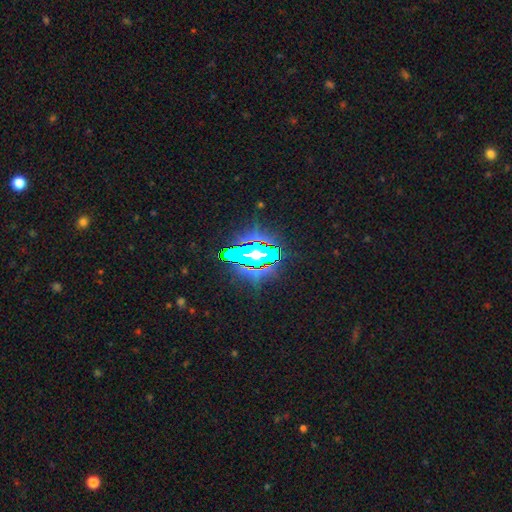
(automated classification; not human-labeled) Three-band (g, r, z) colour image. It shows a star or artifact, not a galaxy (62%).